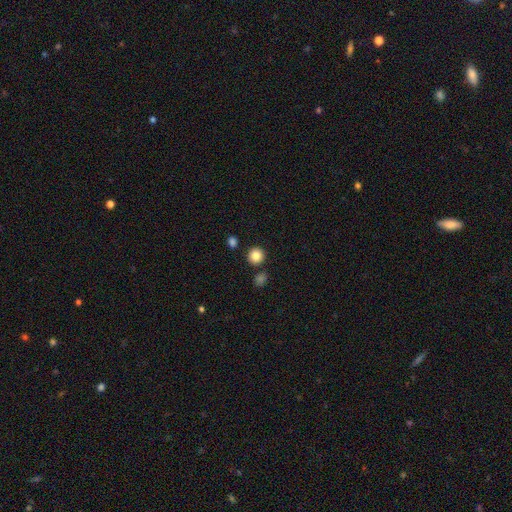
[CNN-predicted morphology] smooth-or-featured: smooth: 85% | star or artifact: 10% | featured or disk: 5%
  how-rounded: round: 93% | in between: 7% | cigar-shaped: 1%
  merging: none: 87% | minor disturbance: 6% | merger: 5% | major disturbance: 2%